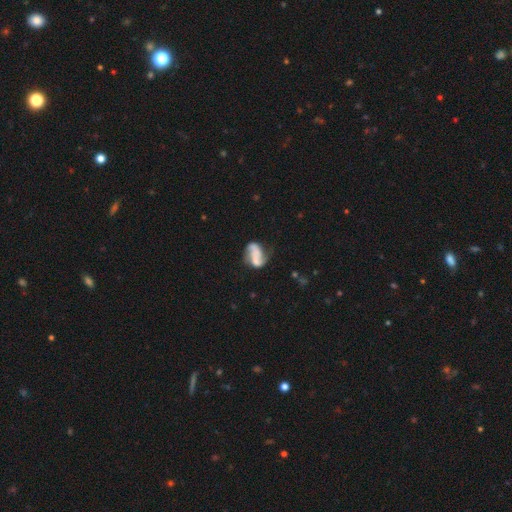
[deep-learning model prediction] Smooth or featured? Predicted: featured or disk (p=0.66). Edge-on disk? Predicted: no (p=0.97). Bar? Predicted: no (p=0.50). Spiral arms? Predicted: yes (p=0.84). Spiral winding? Predicted: loose (p=0.59). Spiral arm count? Predicted: 2 (p=0.85). Bulge size? Predicted: none (p=0.54). Merging? Predicted: none (p=0.47).